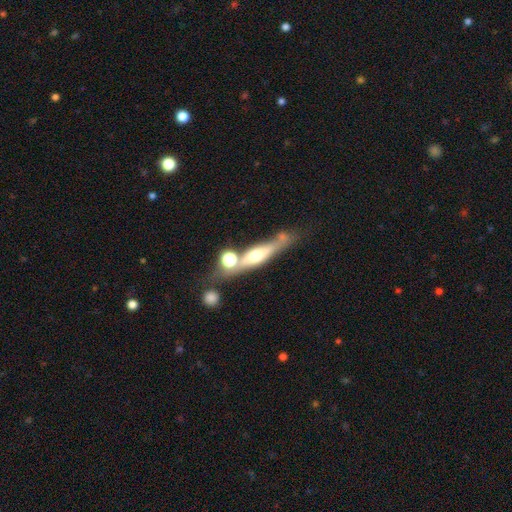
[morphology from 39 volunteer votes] Q: Smooth or featured?
A: featured or disk (54%); runner-up: smooth (41%)
Q: Edge-on disk?
A: yes (62%); runner-up: no (38%)
Q: Edge-on bulge?
A: rounded (85%); runner-up: boxy (15%)
Q: Merging?
A: none (57%); runner-up: merger (22%)